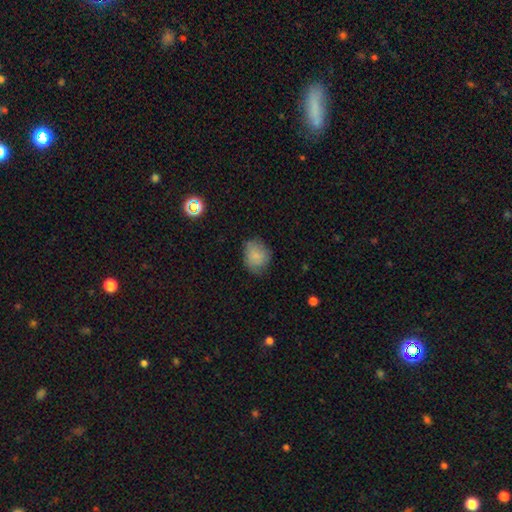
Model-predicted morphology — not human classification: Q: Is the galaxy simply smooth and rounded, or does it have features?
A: smooth — 82%.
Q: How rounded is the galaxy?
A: round — 53%.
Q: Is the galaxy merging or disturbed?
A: none — 67%.